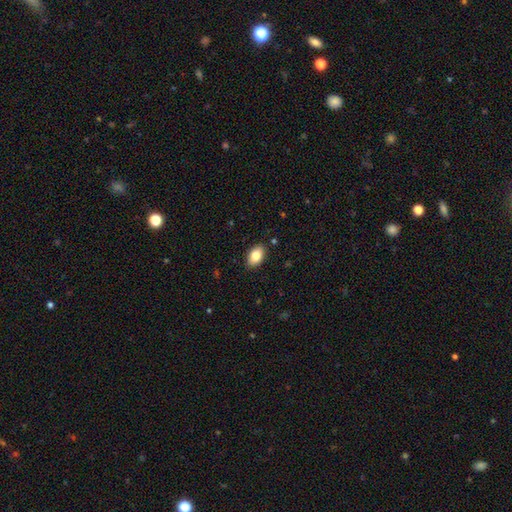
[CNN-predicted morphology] Smooth or featured: smooth — 83% (featured or disk — 10%)
How rounded: in between — 91% (round — 7%)
Merging: none — 88% (minor disturbance — 9%)